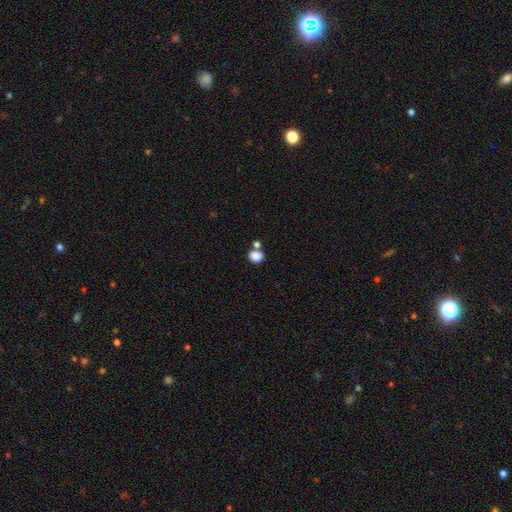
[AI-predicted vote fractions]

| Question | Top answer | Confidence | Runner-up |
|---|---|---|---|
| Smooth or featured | smooth | 85% | star or artifact (10%) |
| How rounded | round | 64% | in between (35%) |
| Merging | none | 61% | merger (25%) |